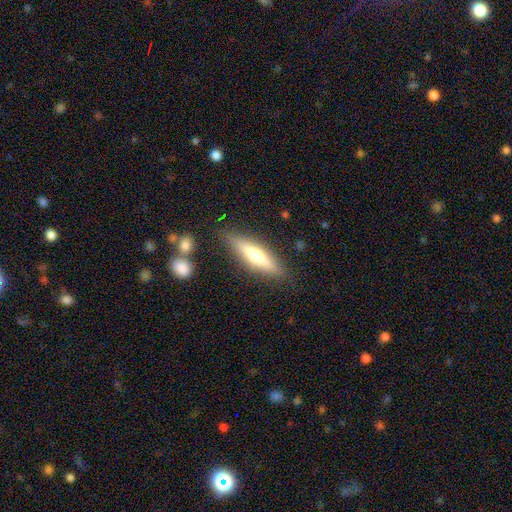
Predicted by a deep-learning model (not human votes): Overall: featured or disk (47%; smooth 46%). Merging: none (84%).